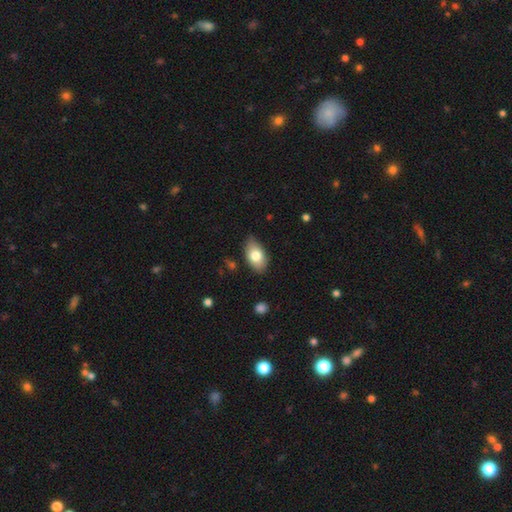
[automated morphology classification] This appears to be a smooth galaxy with no disk features (77%) that is in between round and cigar-shaped (92%). Merging: none (79%).